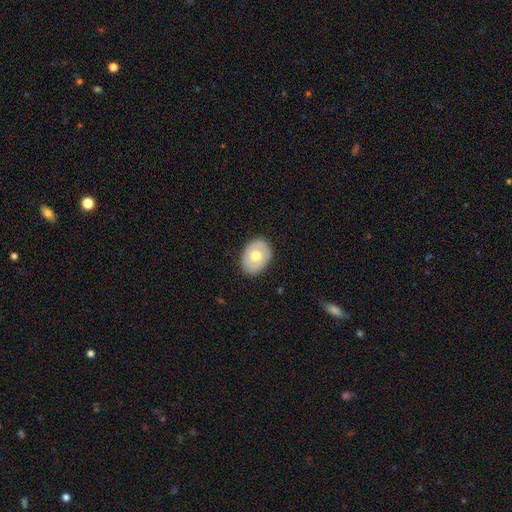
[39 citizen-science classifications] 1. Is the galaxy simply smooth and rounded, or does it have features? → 49% smooth, 44% featured or disk, 8% star or artifact.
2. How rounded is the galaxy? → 63% in between, 37% round, 0% cigar-shaped.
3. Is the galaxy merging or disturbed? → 72% none, 19% minor disturbance, 6% merger, 3% major disturbance.